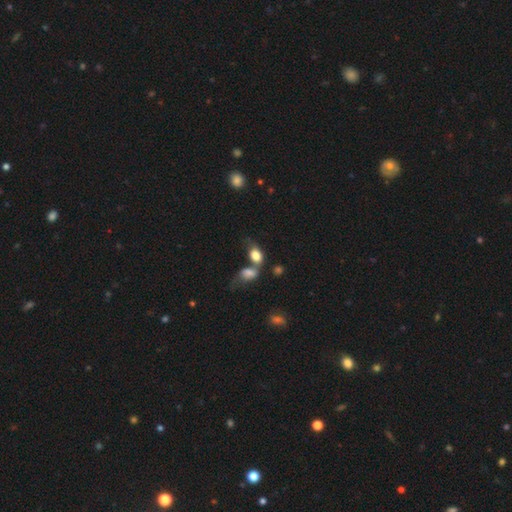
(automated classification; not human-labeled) This is likely a smooth galaxy (79%). How rounded: likely in between (80%). Merging: possibly merger (48%).